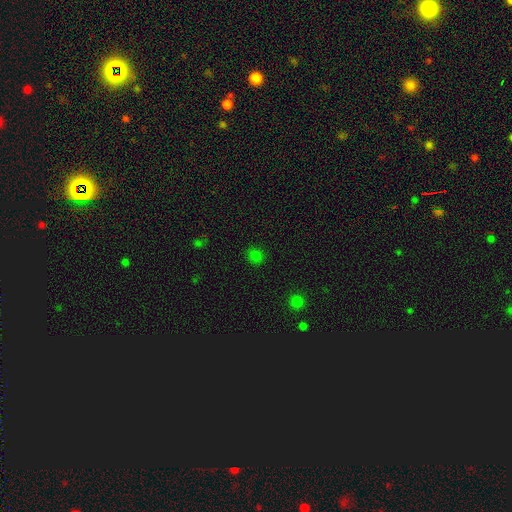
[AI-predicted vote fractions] A smooth galaxy with no disk features (77%) that is round (83%). Merging: none (88%).